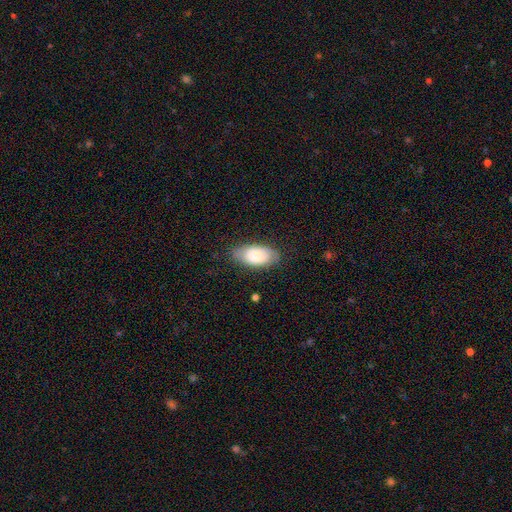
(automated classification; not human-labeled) A smooth galaxy with no disk features (77%) that is in between round and cigar-shaped (93%). Merging: none (78%).